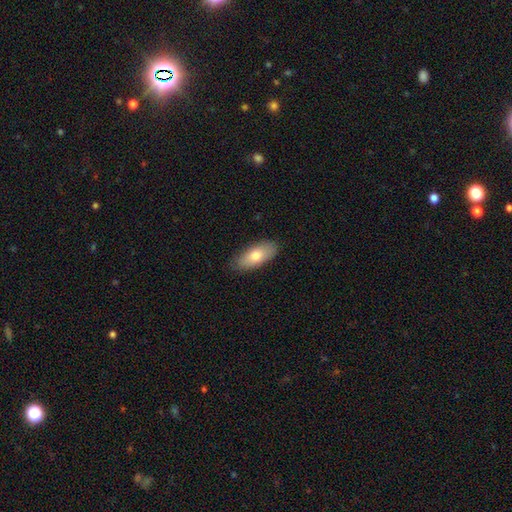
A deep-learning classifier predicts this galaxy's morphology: A smooth galaxy with no disk features (75%) that is in between round and cigar-shaped (84%).

Vote fractions:
- Smooth or featured? smooth: 75% / featured or disk: 19% / star or artifact: 6%
- How rounded? in between: 84% / cigar-shaped: 13% / round: 3%
- Merging? none: 85% / minor disturbance: 12% / major disturbance: 2% / merger: 1%